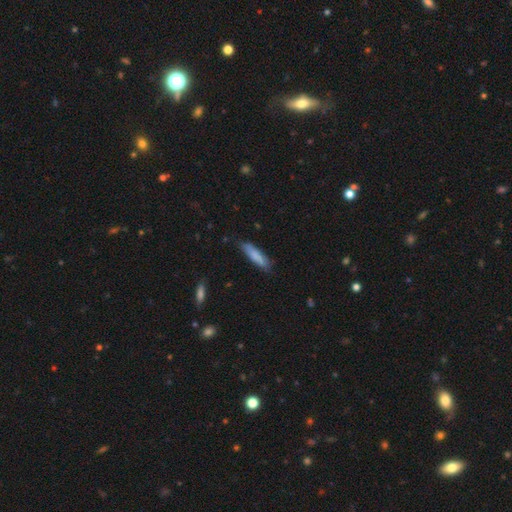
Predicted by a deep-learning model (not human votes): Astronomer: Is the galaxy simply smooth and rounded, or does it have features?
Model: smooth — 80%.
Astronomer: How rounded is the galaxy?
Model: cigar-shaped — 73%.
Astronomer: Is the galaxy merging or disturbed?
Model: none — 75%.